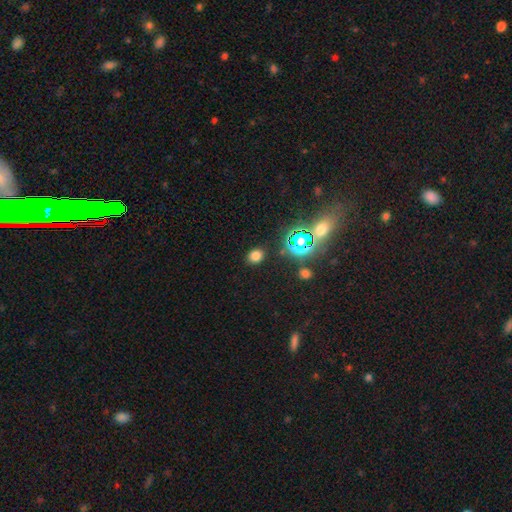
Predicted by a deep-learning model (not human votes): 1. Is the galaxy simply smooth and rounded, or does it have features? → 73% smooth, 22% star or artifact, 6% featured or disk.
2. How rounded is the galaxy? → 55% round, 44% in between, 1% cigar-shaped.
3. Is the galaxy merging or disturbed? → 87% none, 8% minor disturbance, 3% major disturbance, 2% merger.